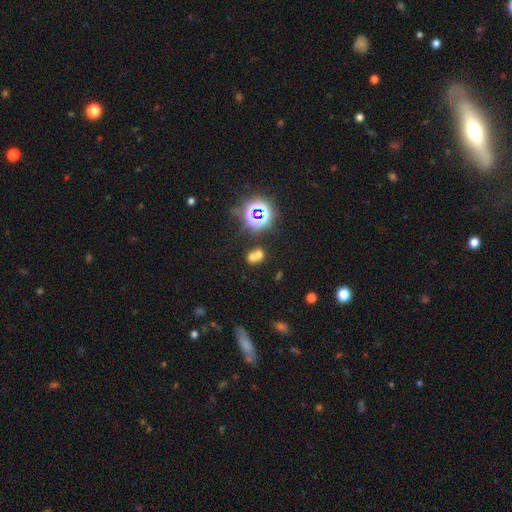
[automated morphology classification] A smooth galaxy with no disk features (55%) that is round (65%). Merging: merger (56%).